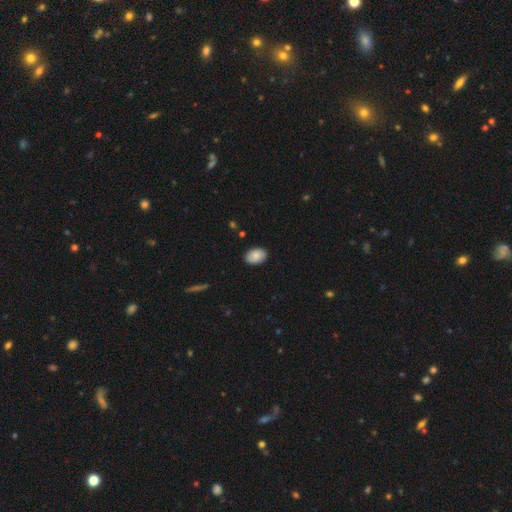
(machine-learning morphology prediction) This is clearly a smooth galaxy (86%). How rounded: clearly in between (85%). Merging: clearly none (88%).